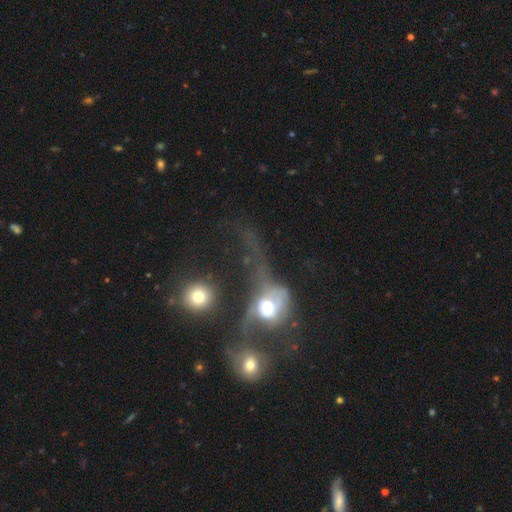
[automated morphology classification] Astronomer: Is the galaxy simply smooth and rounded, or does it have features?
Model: featured or disk — 44% (runner-up: smooth, 37%).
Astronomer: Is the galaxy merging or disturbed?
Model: merger — 46% (runner-up: major disturbance, 32%).